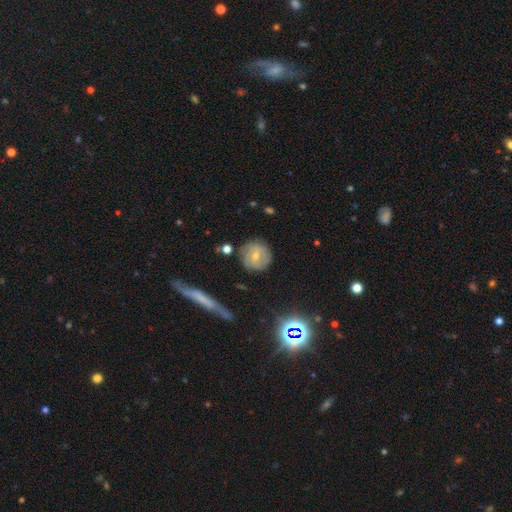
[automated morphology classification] Smooth or featured?
  - featured or disk: 54% *
  - smooth: 37%
  - star or artifact: 9%
Edge-on disk?
  - no: 95% *
  - yes: 5%
Bar?
  - weak: 45% *
  - no: 39%
  - strong: 15%
Spiral arms?
  - yes: 74% *
  - no: 26%
Bulge size?
  - small: 49% *
  - moderate: 47%
  - none: 2%
  - large: 1%
  - dominant: 1%
Merging?
  - none: 79% *
  - minor disturbance: 14%
  - major disturbance: 4%
  - merger: 3%